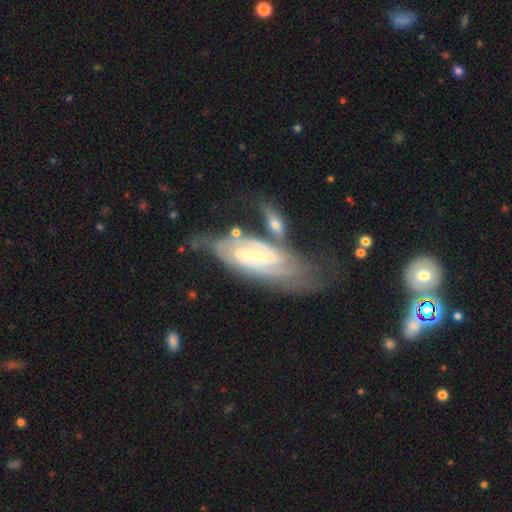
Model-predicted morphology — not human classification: Q: Smooth or featured?
A: featured or disk (86%); runner-up: smooth (9%)
Q: Edge-on disk?
A: no (92%); runner-up: yes (8%)
Q: Bar?
A: strong (49%); runner-up: weak (38%)
Q: Spiral arms?
A: yes (96%); runner-up: no (4%)
Q: Spiral winding?
A: tight (47%); runner-up: medium (42%)
Q: Spiral arm count?
A: 2 (79%); runner-up: can't tell (10%)
Q: Bulge size?
A: small (54%); runner-up: moderate (24%)
Q: Merging?
A: none (50%); runner-up: minor disturbance (20%)